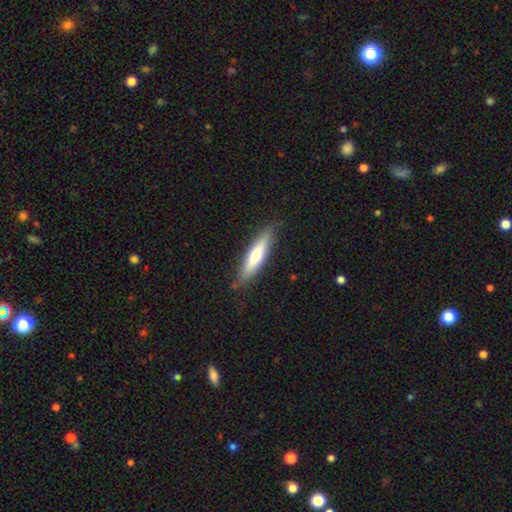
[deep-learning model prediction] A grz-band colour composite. It shows a smooth galaxy with no disk features (58%) that is cigar-shaped (76%). Merging: none (83%).